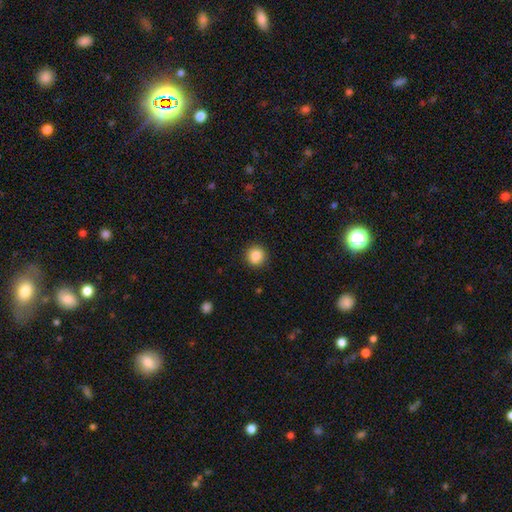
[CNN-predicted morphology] smooth_or_featured: smooth (p=0.86) [alt: star or artifact p=0.09]
how_rounded: round (p=0.94) [alt: in between p=0.06]
merging: none (p=0.92) [alt: minor disturbance p=0.05]